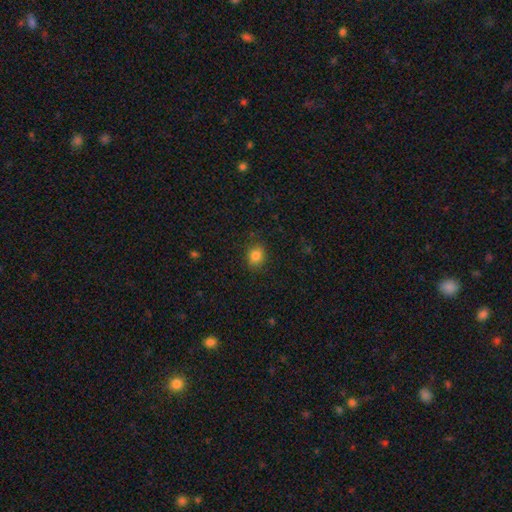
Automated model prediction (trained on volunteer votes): Smooth or featured?
  - smooth: 84% *
  - star or artifact: 11%
  - featured or disk: 5%
How rounded?
  - round: 61% *
  - in between: 38%
  - cigar-shaped: 1%
Merging?
  - none: 86% *
  - minor disturbance: 10%
  - major disturbance: 3%
  - merger: 1%